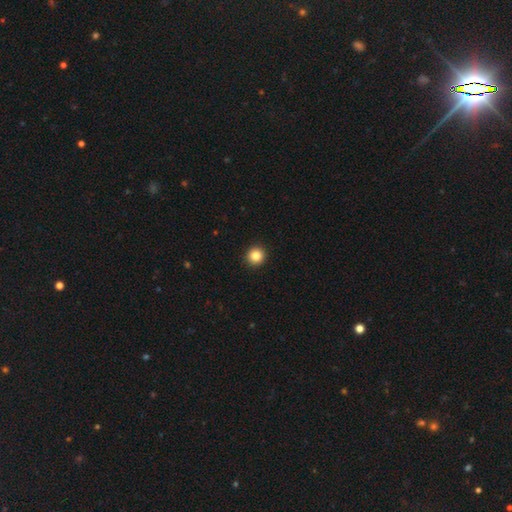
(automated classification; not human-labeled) smooth 85%, star or artifact 10%, featured or disk 5%. Down the decision tree: how rounded — round (95%); merging — none (94%).